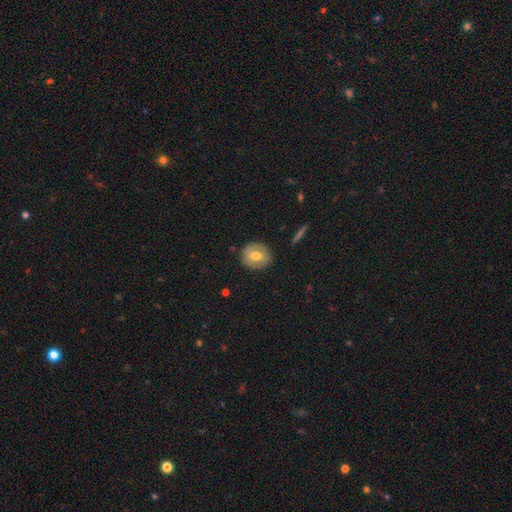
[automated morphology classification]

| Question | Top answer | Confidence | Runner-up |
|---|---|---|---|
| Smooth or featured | smooth | 55% | featured or disk (38%) |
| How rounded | round | 77% | in between (21%) |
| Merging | none | 86% | minor disturbance (10%) |